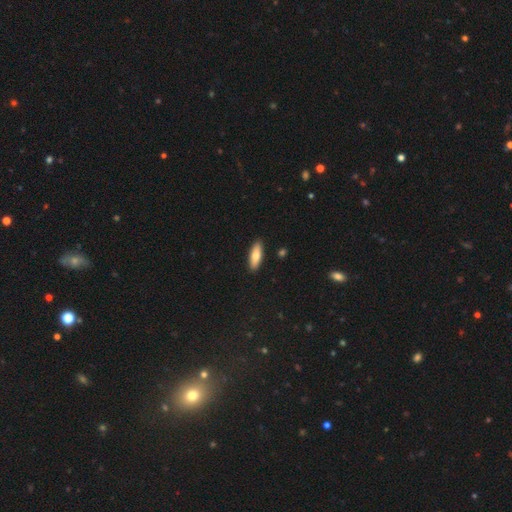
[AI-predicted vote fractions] Smooth or featured?
  - smooth: 75% *
  - featured or disk: 19%
  - star or artifact: 6%
How rounded?
  - in between: 58% *
  - cigar-shaped: 39%
  - round: 2%
Merging?
  - none: 89% *
  - minor disturbance: 8%
  - major disturbance: 2%
  - merger: 1%